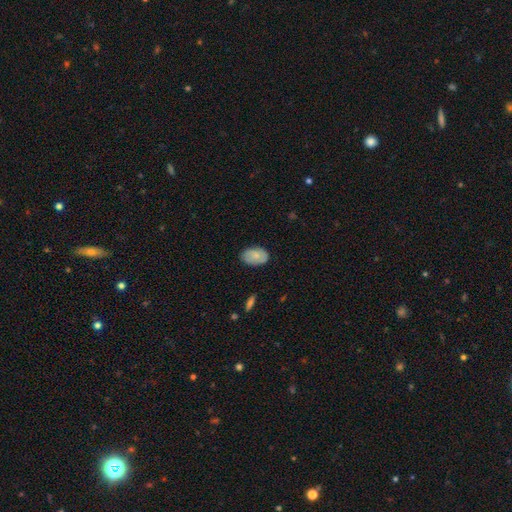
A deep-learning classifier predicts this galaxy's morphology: This appears to be a smooth galaxy with no disk features (69%) that is in between round and cigar-shaped (88%). Merging: none (76%).